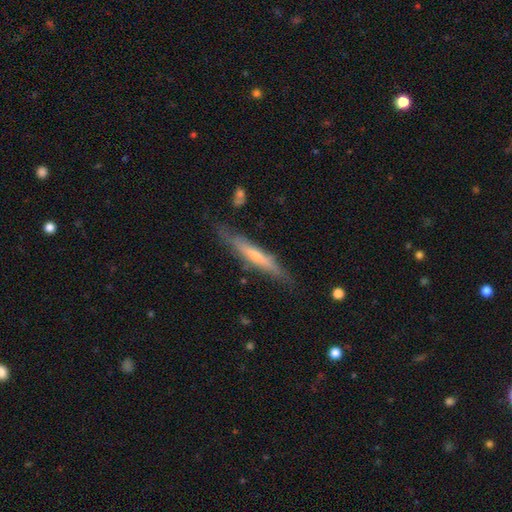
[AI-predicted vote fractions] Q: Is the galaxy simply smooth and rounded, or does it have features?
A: featured or disk — 56%.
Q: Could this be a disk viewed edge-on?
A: yes — 86%.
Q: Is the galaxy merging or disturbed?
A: none — 76%.